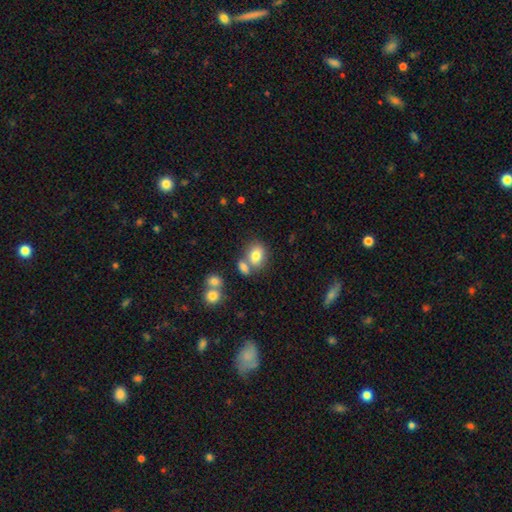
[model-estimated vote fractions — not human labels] smooth-or-featured: smooth: 78% | featured or disk: 12% | star or artifact: 10%
  how-rounded: in between: 63% | round: 36% | cigar-shaped: 1%
  merging: none: 55% | merger: 28% | minor disturbance: 13% | major disturbance: 4%